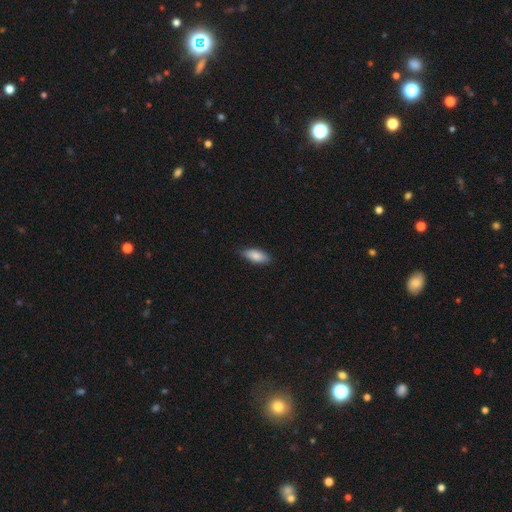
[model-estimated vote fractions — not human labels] Q: Smooth or featured?
A: smooth (85%); runner-up: featured or disk (9%)
Q: How rounded?
A: in between (79%); runner-up: cigar-shaped (19%)
Q: Merging?
A: none (82%); runner-up: minor disturbance (15%)